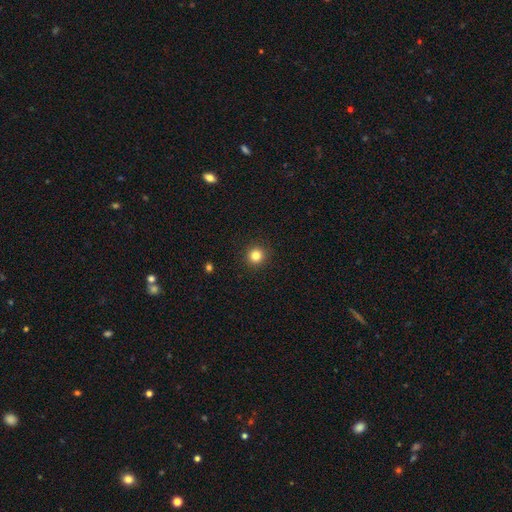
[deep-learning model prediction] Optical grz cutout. It shows a smooth galaxy with no disk features (83%) that is round (95%). Merging: none (92%).